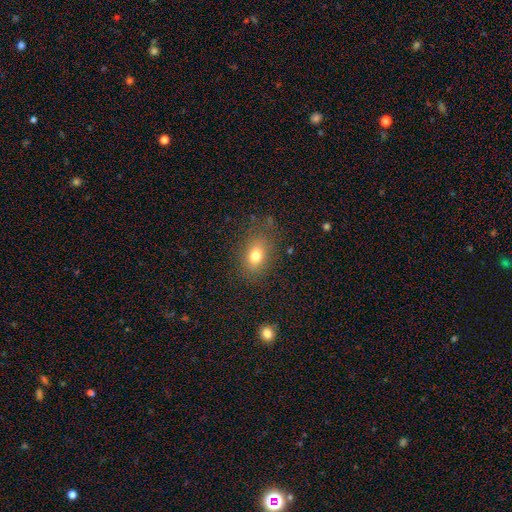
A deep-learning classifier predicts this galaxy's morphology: Q: Smooth or featured?
A: smooth (77%); runner-up: star or artifact (12%)
Q: How rounded?
A: in between (72%); runner-up: round (27%)
Q: Merging?
A: none (78%); runner-up: minor disturbance (14%)